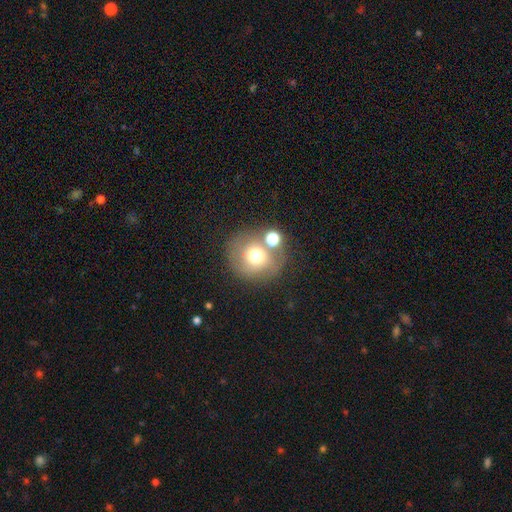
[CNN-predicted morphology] smooth_or_featured: smooth (p=0.63) [alt: featured or disk p=0.23]
how_rounded: round (p=0.87) [alt: in between p=0.12]
merging: none (p=0.61) [alt: merger p=0.20]